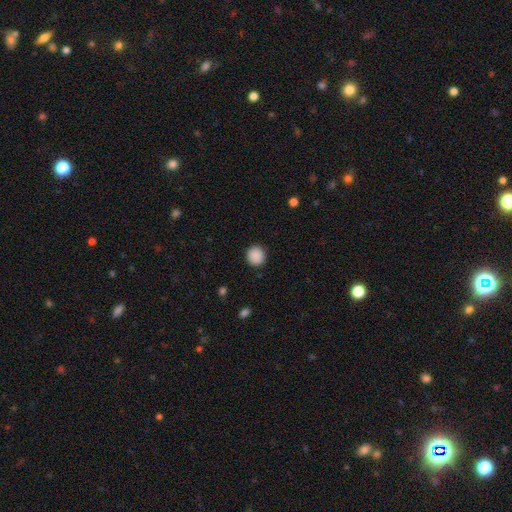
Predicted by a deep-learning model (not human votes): Overall: smooth (90%). How rounded: round (91%). Merging: none (91%).